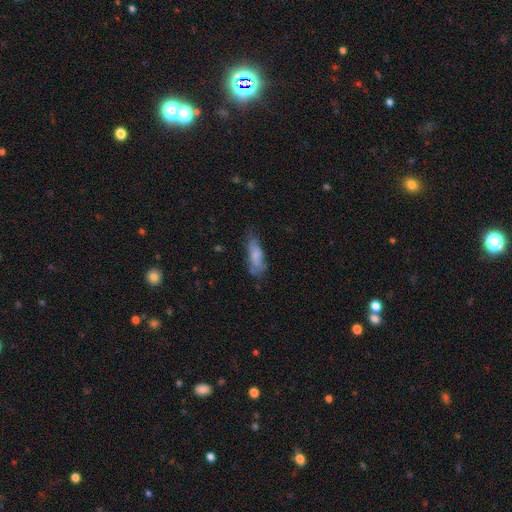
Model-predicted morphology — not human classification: type=smooth (71%); roundness=in between (59%); merging=none (49%).